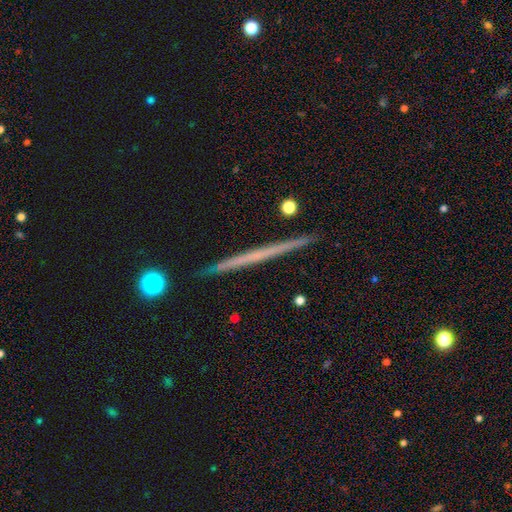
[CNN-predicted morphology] Smooth or featured? featured or disk (58%)
Edge-on disk? yes (98%)
Edge-on bulge? none (90%)
Merging? none (92%)